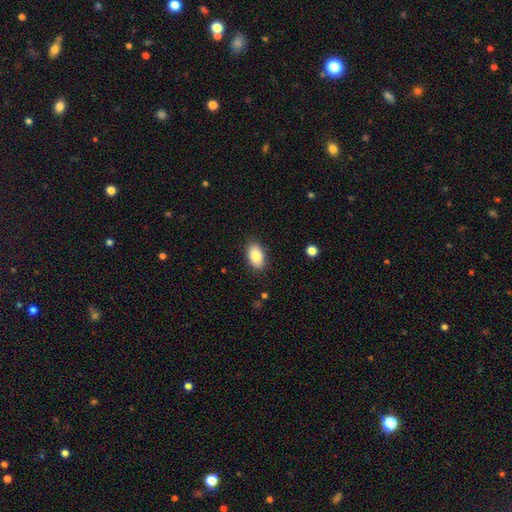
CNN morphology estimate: Smooth or featured? Predicted: smooth (p=0.86). How rounded? Predicted: in between (p=0.93). Merging? Predicted: none (p=0.87).